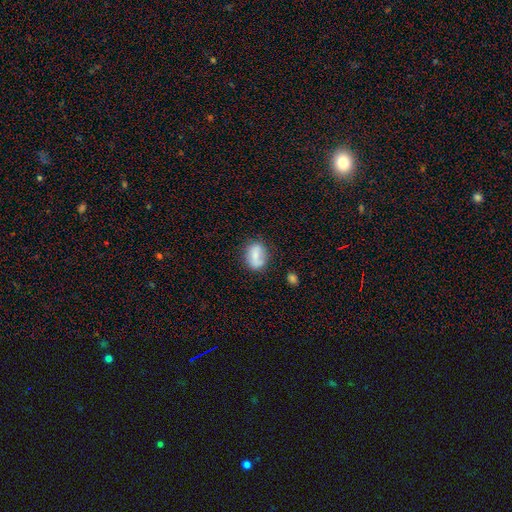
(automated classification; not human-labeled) smooth-or-featured: smooth: 71% | featured or disk: 21% | star or artifact: 8%
  how-rounded: in between: 69% | round: 30% | cigar-shaped: 2%
  merging: none: 62% | minor disturbance: 24% | major disturbance: 9% | merger: 5%